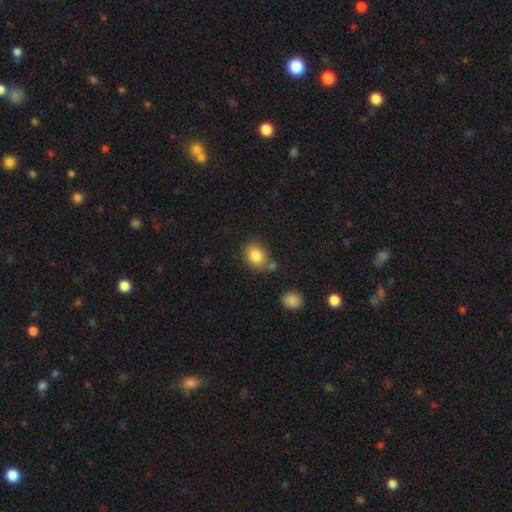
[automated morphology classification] A smooth galaxy with no disk features (83%) that is round (50%). Merging: none (68%).